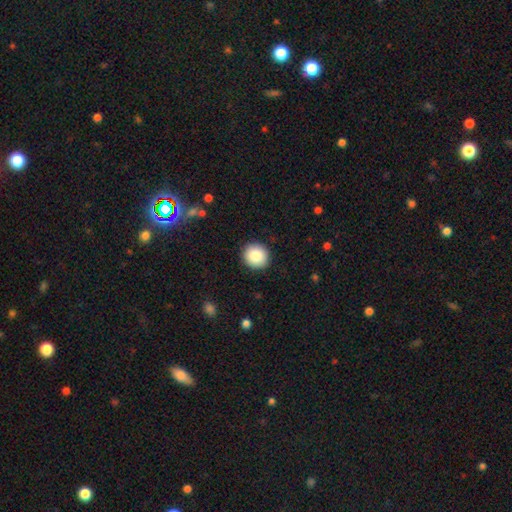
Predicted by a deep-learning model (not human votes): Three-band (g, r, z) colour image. It shows a smooth galaxy with no disk features (87%) that is round (92%). Merging: none (91%).